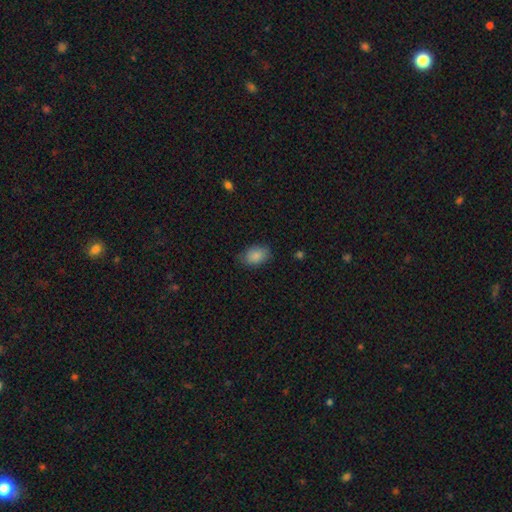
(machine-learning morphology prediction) Smooth or featured? smooth (87%)
How rounded? in between (84%)
Merging? none (78%)